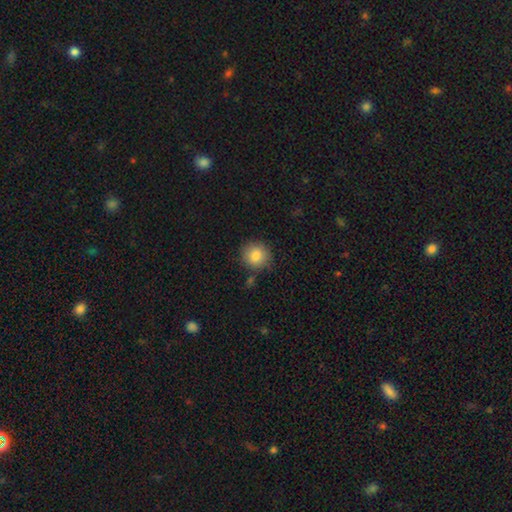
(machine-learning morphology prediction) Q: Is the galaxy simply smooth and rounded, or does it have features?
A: smooth — 84%.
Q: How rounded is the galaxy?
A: round — 91%.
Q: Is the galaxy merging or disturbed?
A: none — 81%.